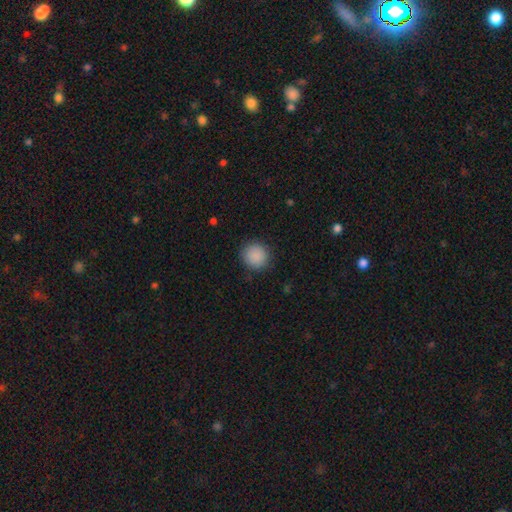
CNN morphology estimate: type=smooth (89%); roundness=round (92%); merging=none (89%).